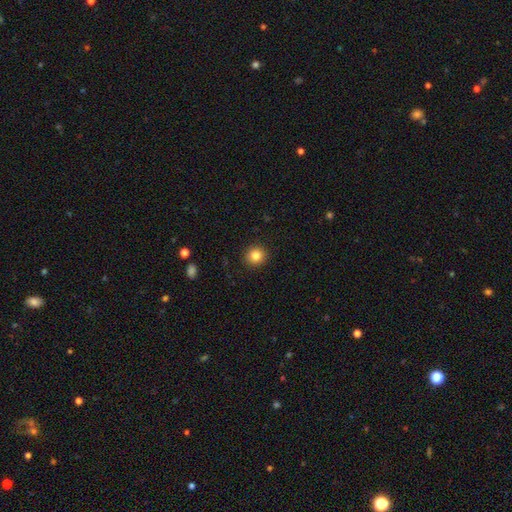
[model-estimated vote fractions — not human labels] Smooth or featured? smooth (83%)
How rounded? round (91%)
Merging? none (92%)